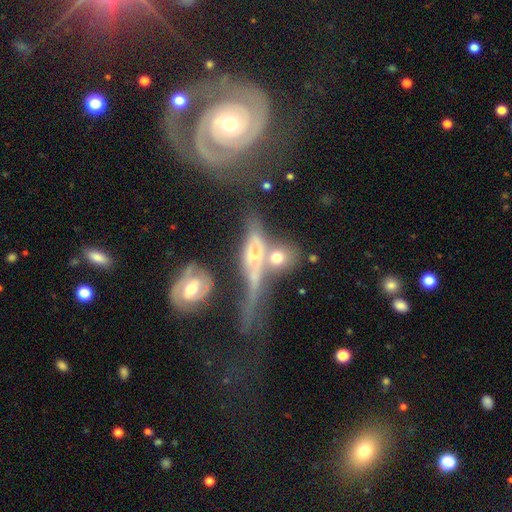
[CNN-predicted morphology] A featured or disk galaxy (63%) viewed edge-on (58%).

Vote fractions:
- Smooth or featured? featured or disk: 63% / smooth: 25% / star or artifact: 13%
- Edge-on disk? yes: 58% / no: 42%
- Merging? merger: 35% / none: 25% / major disturbance: 24% / minor disturbance: 16%